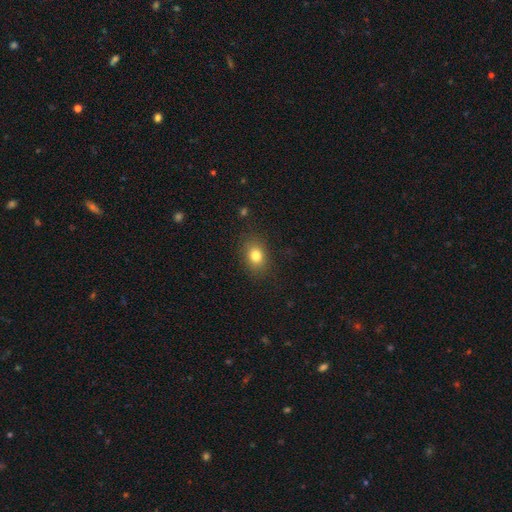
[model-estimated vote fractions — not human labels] The model was most divided on "how rounded": in between: 62%, round: 36%, cigar-shaped: 1%. More confident: merging — none (85%); smooth or featured — smooth (80%).